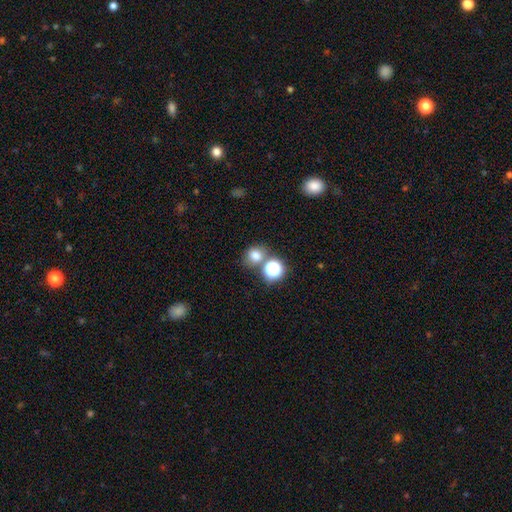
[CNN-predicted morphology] Smooth or featured: smooth — 75% (star or artifact — 18%)
How rounded: round — 74% (in between — 25%)
Merging: none — 62% (merger — 23%)